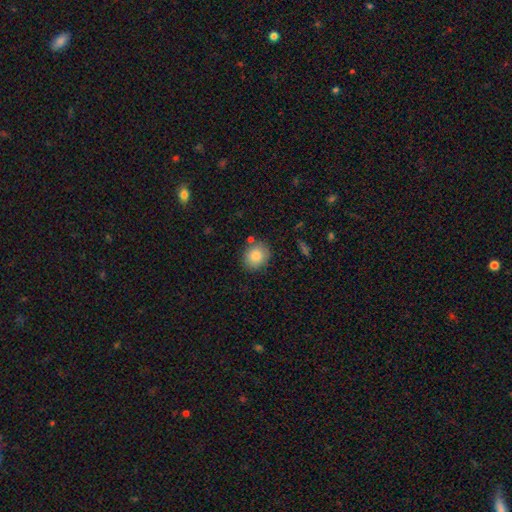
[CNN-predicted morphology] smooth_or_featured: smooth (p=0.83) [alt: featured or disk p=0.09]
how_rounded: round (p=0.71) [alt: in between p=0.28]
merging: none (p=0.80) [alt: minor disturbance p=0.12]